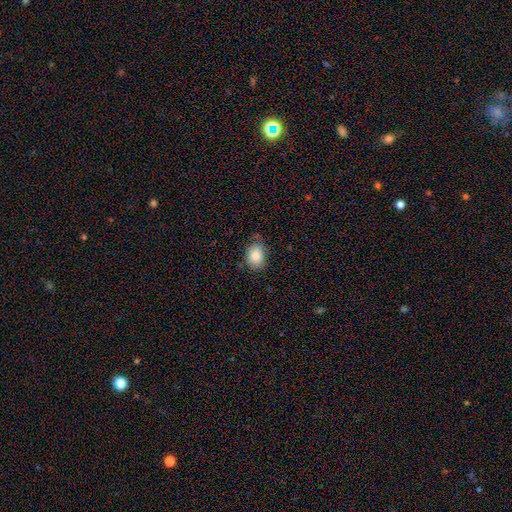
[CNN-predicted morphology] Smooth or featured: smooth — 85% (star or artifact — 8%)
How rounded: in between — 73% (round — 26%)
Merging: none — 72% (minor disturbance — 22%)